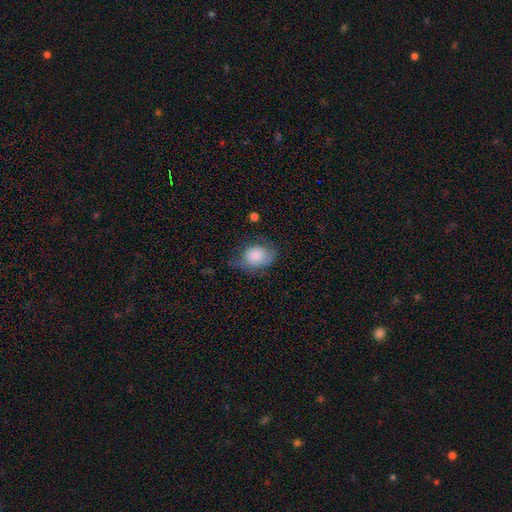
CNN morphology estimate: type=smooth (70%); roundness=in between (60%); merging=none (43%).